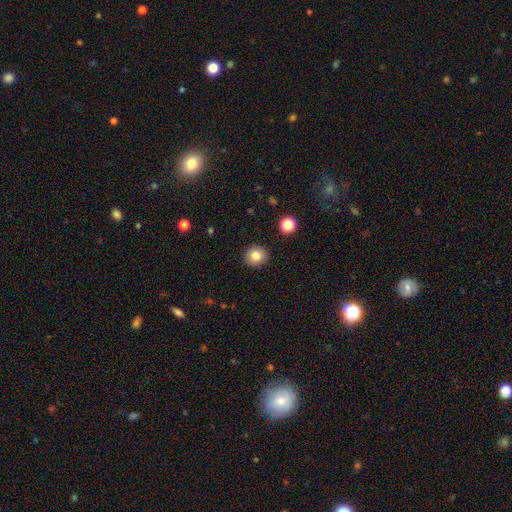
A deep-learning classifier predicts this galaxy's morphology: smooth 81%, star or artifact 11%, featured or disk 8%. Down the decision tree: how rounded — round (86%); merging — none (91%).